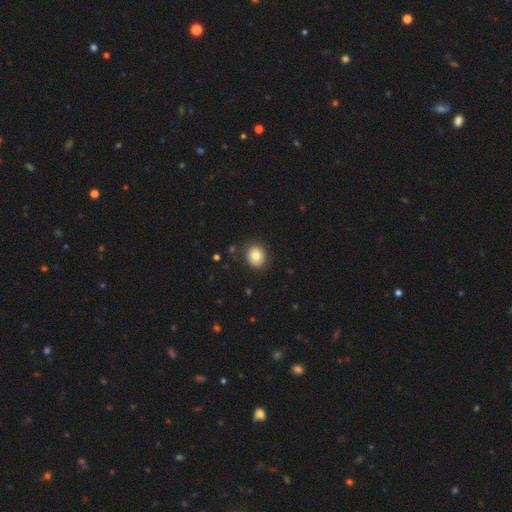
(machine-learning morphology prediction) A smooth galaxy with no disk features (83%) that is round (68%). Merging: none (87%).